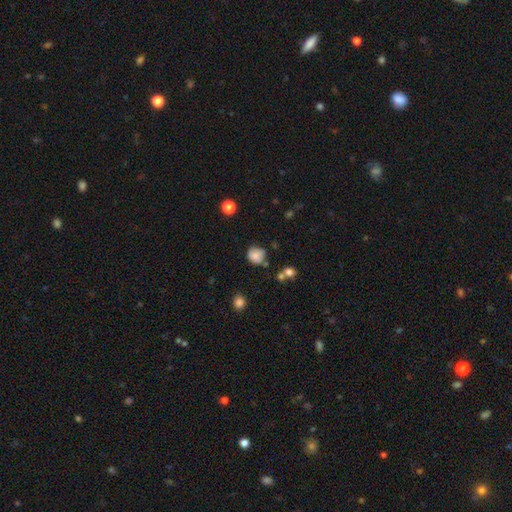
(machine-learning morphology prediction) A smooth galaxy with no disk features (81%) that is round (78%).

Vote fractions:
- Smooth or featured? smooth: 81% / star or artifact: 11% / featured or disk: 9%
- How rounded? round: 78% / in between: 21% / cigar-shaped: 1%
- Merging? none: 61% / minor disturbance: 26% / major disturbance: 7% / merger: 6%